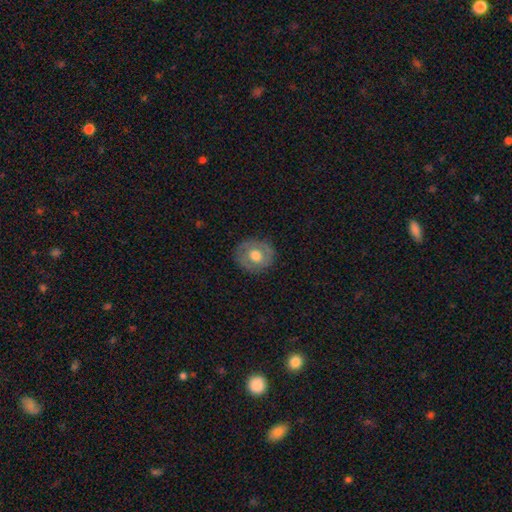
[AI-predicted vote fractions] smooth-or-featured: smooth: 57% | featured or disk: 36% | star or artifact: 7%
  how-rounded: round: 77% | in between: 22% | cigar-shaped: 1%
  merging: none: 83% | minor disturbance: 13% | major disturbance: 4% | merger: 1%